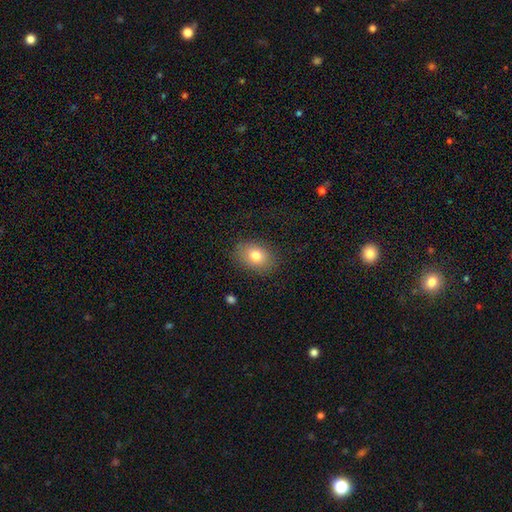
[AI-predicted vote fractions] Smooth or featured: smooth — 79% (featured or disk — 12%)
How rounded: in between — 71% (round — 28%)
Merging: none — 84% (minor disturbance — 11%)